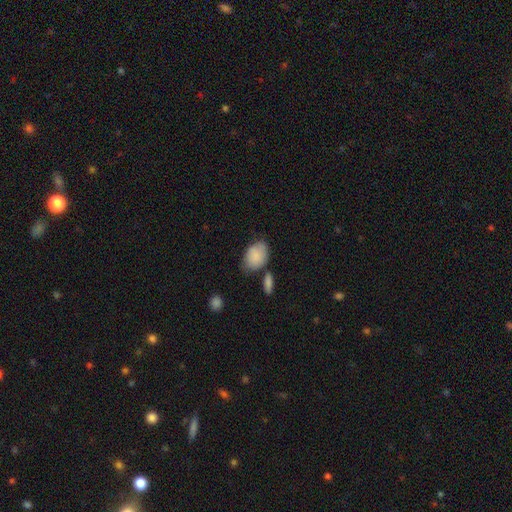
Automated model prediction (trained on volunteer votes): A smooth galaxy with no disk features (86%) that is in between round and cigar-shaped (81%). Merging: none (56%).